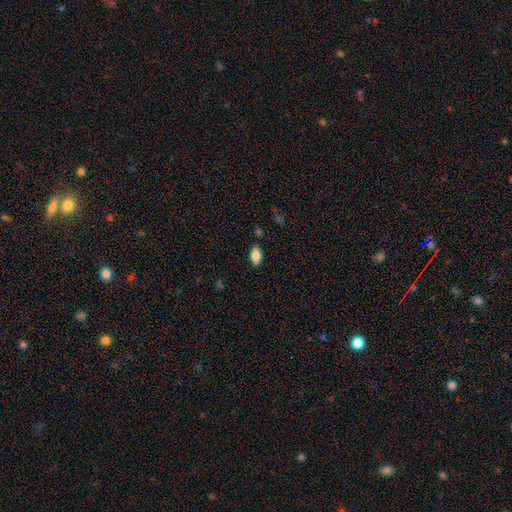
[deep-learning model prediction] A smooth galaxy with no disk features (83%) that is in between round and cigar-shaped (91%). Merging: none (84%).